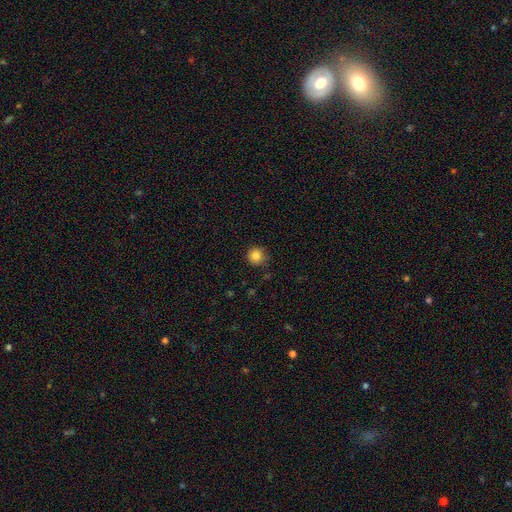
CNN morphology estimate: This is clearly a smooth galaxy (84%). How rounded: clearly round (93%). Merging: clearly none (82%).